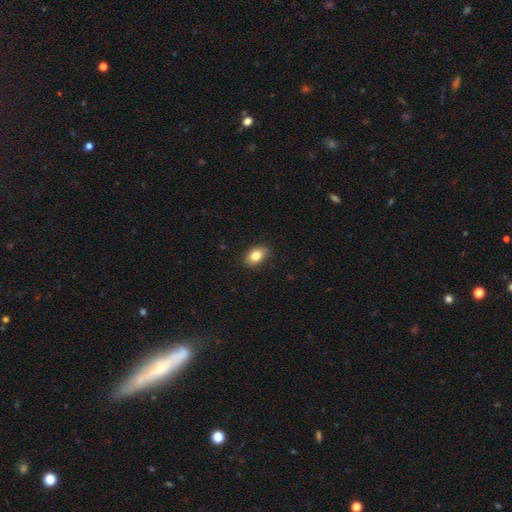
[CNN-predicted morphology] smooth_or_featured: smooth (p=0.83) [alt: star or artifact p=0.09]
how_rounded: in between (p=0.79) [alt: round p=0.19]
merging: none (p=0.86) [alt: minor disturbance p=0.11]